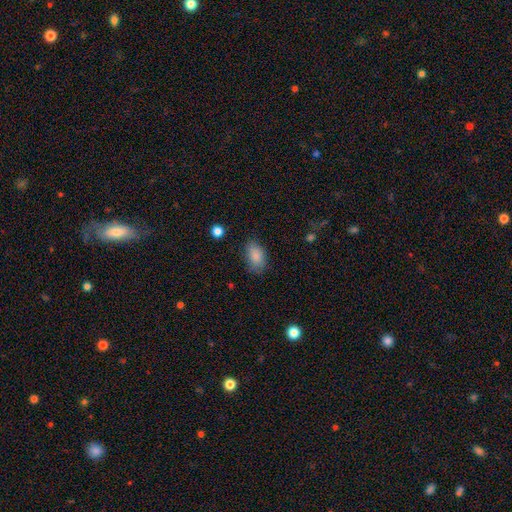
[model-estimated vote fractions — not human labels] Smooth or featured? smooth (86%)
How rounded? in between (90%)
Merging? none (75%)